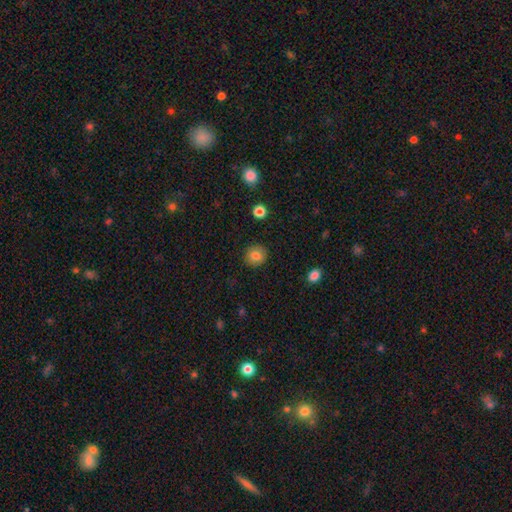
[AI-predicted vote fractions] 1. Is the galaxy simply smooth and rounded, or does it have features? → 82% smooth, 10% star or artifact, 8% featured or disk.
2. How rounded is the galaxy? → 87% round, 12% in between, 1% cigar-shaped.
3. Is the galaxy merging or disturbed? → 90% none, 7% minor disturbance, 2% major disturbance, 1% merger.